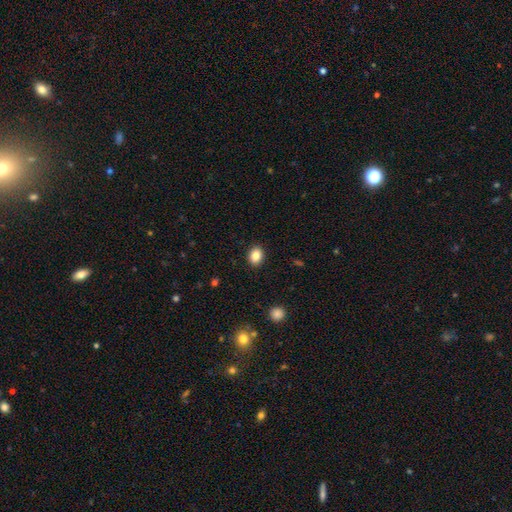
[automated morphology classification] Smooth or featured? Predicted: smooth (p=0.86). How rounded? Predicted: in between (p=0.57). Merging? Predicted: none (p=0.90).